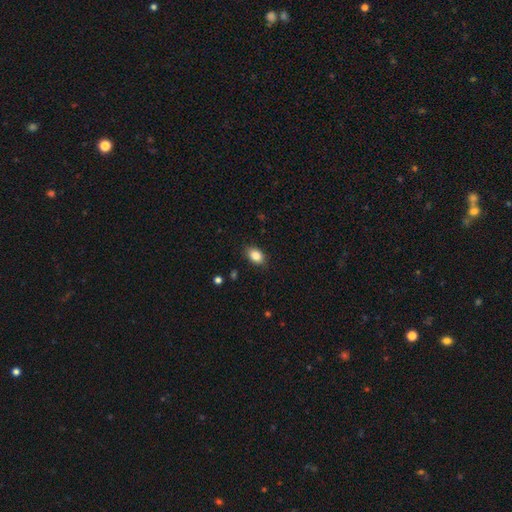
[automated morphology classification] smooth_or_featured: smooth (p=0.86) [alt: star or artifact p=0.08]
how_rounded: in between (p=0.84) [alt: round p=0.14]
merging: none (p=0.85) [alt: minor disturbance p=0.11]